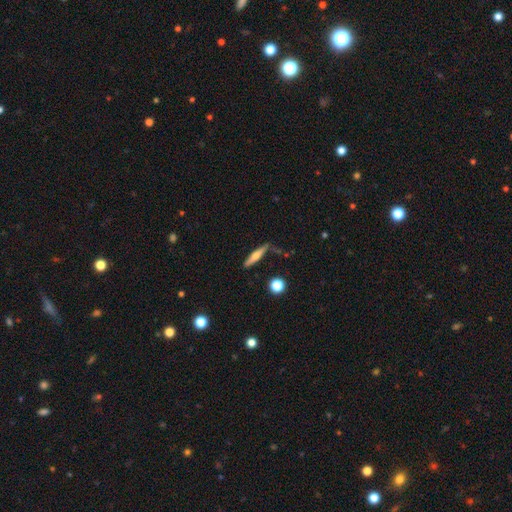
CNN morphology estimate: Smooth or featured? Predicted: smooth (p=0.51). How rounded? Predicted: cigar-shaped (p=0.85). Merging? Predicted: none (p=0.75).